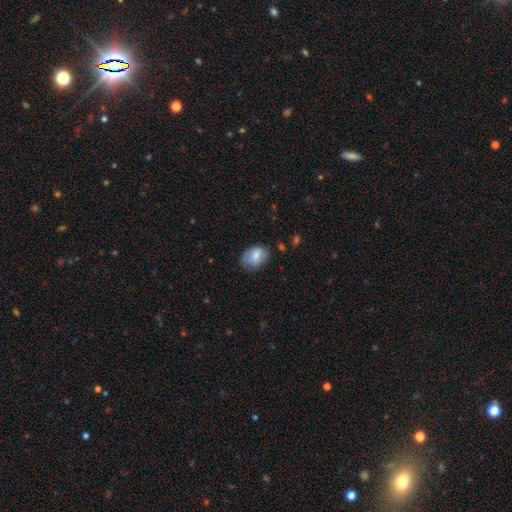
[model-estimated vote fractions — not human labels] Smooth or featured? smooth (77%)
How rounded? in between (72%)
Merging? none (63%)